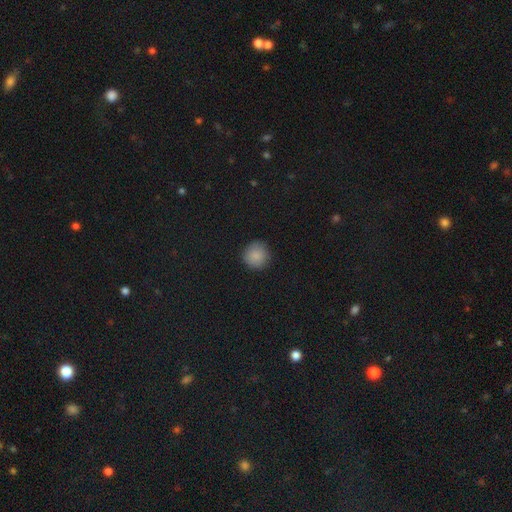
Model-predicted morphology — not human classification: A smooth galaxy with no disk features (88%) that is round (95%).

Vote fractions:
- Smooth or featured? smooth: 88% / star or artifact: 9% / featured or disk: 4%
- How rounded? round: 95% / in between: 4% / cigar-shaped: 1%
- Merging? none: 90% / minor disturbance: 7% / major disturbance: 2% / merger: 1%